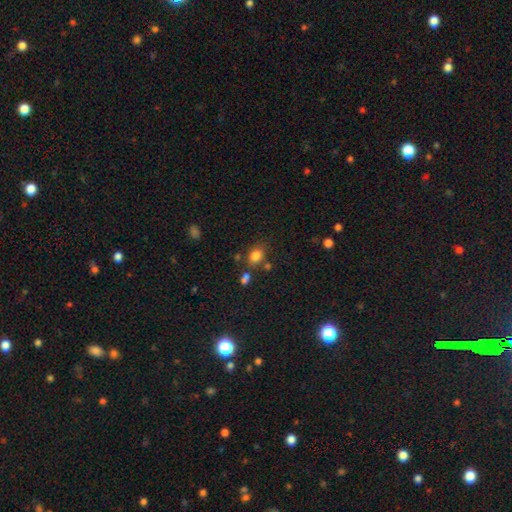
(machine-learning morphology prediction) Q: Smooth or featured?
A: smooth (81%); runner-up: star or artifact (12%)
Q: How rounded?
A: in between (66%); runner-up: round (33%)
Q: Merging?
A: none (69%); runner-up: minor disturbance (14%)